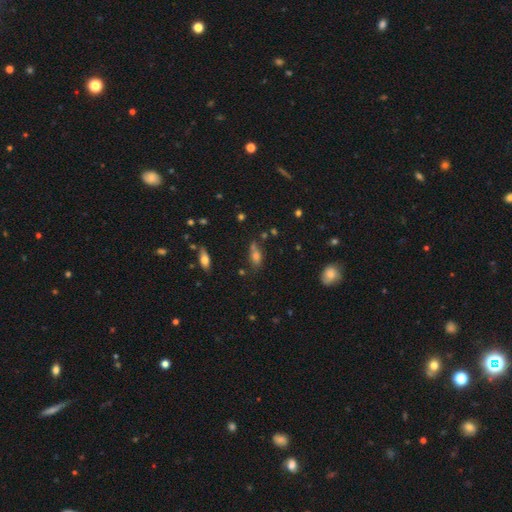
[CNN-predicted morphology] type=smooth (63%); roundness=in between (71%); merging=none (60%).